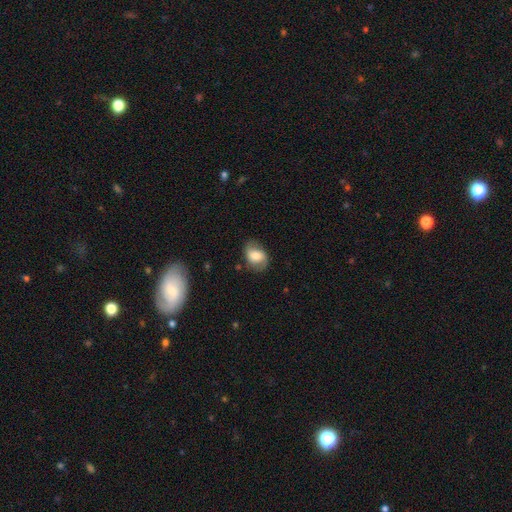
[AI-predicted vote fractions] smooth_or_featured: smooth (p=0.59) [alt: featured or disk p=0.33]
how_rounded: in between (p=0.71) [alt: round p=0.28]
merging: none (p=0.68) [alt: minor disturbance p=0.22]